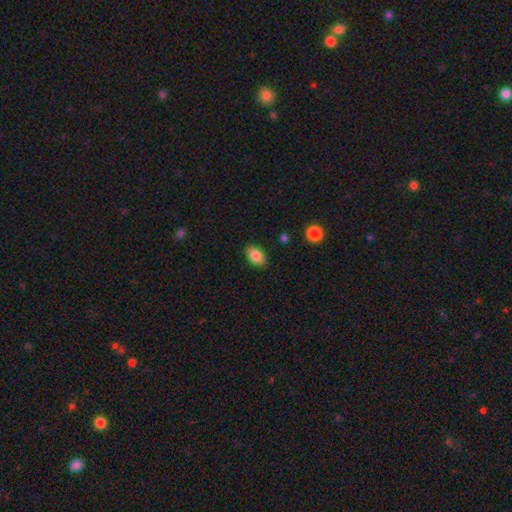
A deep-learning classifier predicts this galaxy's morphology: Overall: smooth (85%). How rounded: in between (90%). Merging: none (86%).